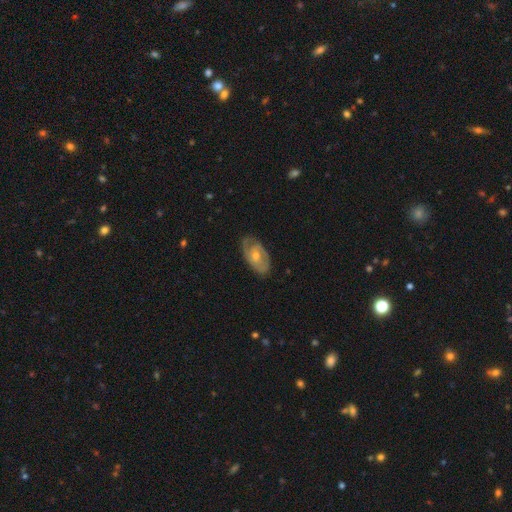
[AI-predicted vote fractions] smooth_or_featured: featured or disk (p=0.72) [alt: smooth p=0.22]
disk_edge_on: no (p=0.93) [alt: yes p=0.07]
bar: no (p=0.65) [alt: weak p=0.29]
has_spiral_arms: yes (p=0.79) [alt: no p=0.21]
spiral_winding: tight (p=0.56) [alt: medium p=0.33]
spiral_arm_count: 2 (p=0.55) [alt: can't tell p=0.28]
bulge_size: moderate (p=0.54) [alt: small p=0.41]
merging: none (p=0.74) [alt: minor disturbance p=0.20]